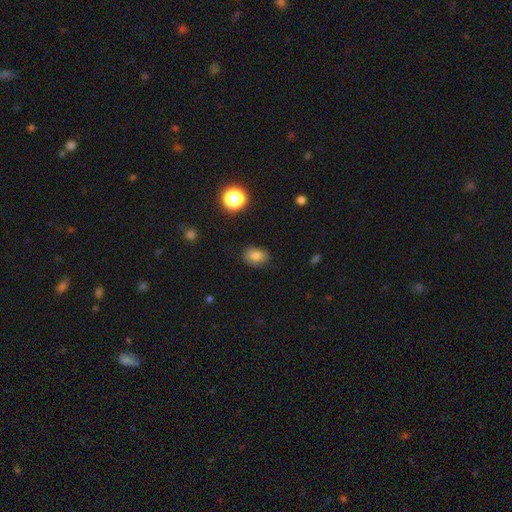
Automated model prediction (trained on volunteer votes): Morphology: type=smooth (79%); roundness=in between (68%); merging=none (80%).